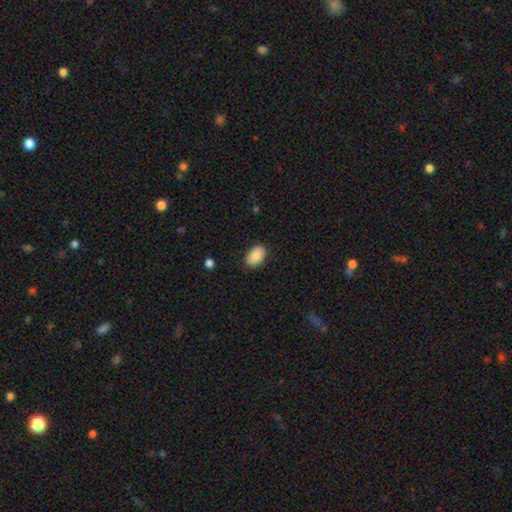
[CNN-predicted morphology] Smooth or featured: smooth — 84% (featured or disk — 9%)
How rounded: in between — 89% (round — 10%)
Merging: none — 84% (minor disturbance — 12%)